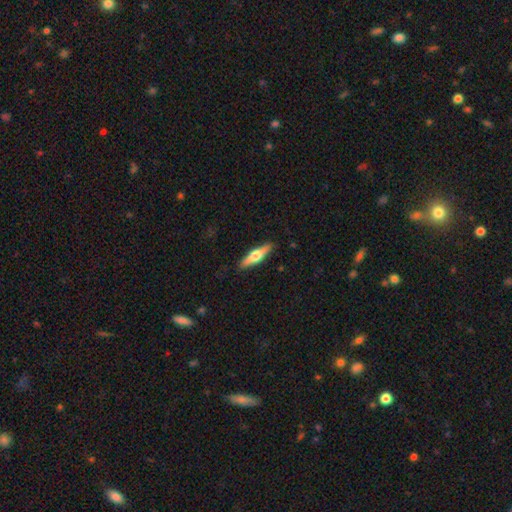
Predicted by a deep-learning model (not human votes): This is possibly a featured or disk galaxy (56%). It is clearly viewed edge-on (95%). Edge-on bulge: clearly rounded (94%). Merging: clearly none (88%).